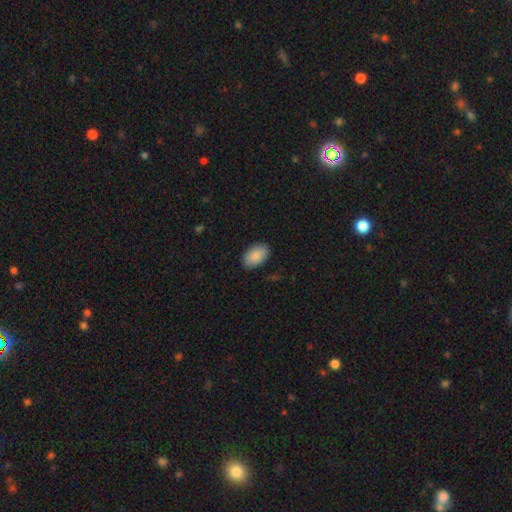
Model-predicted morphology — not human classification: type=smooth (89%); roundness=in between (93%); merging=none (88%).